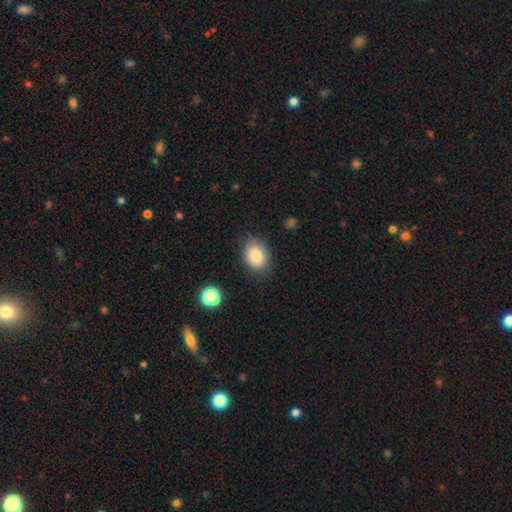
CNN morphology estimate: smooth-or-featured: smooth: 85% | star or artifact: 8% | featured or disk: 7%
  how-rounded: in between: 66% | round: 33% | cigar-shaped: 1%
  merging: none: 78% | minor disturbance: 16% | major disturbance: 4% | merger: 2%